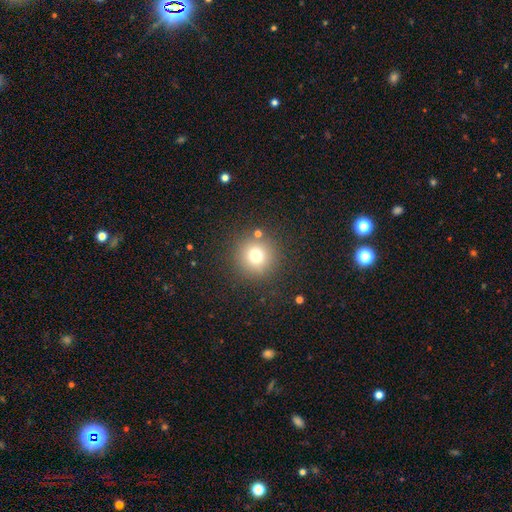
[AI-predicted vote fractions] Smooth or featured?
  - smooth: 73% *
  - star or artifact: 17%
  - featured or disk: 10%
How rounded?
  - round: 95% *
  - in between: 4%
  - cigar-shaped: 1%
Merging?
  - none: 86% *
  - minor disturbance: 7%
  - merger: 4%
  - major disturbance: 3%